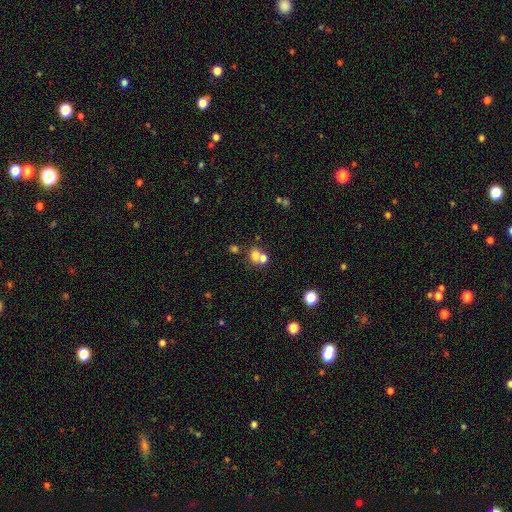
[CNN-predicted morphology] Smooth or featured?
  - smooth: 69% *
  - star or artifact: 15%
  - featured or disk: 15%
How rounded?
  - round: 69% *
  - in between: 30%
  - cigar-shaped: 1%
Merging?
  - merger: 55% *
  - none: 36%
  - minor disturbance: 6%
  - major disturbance: 4%